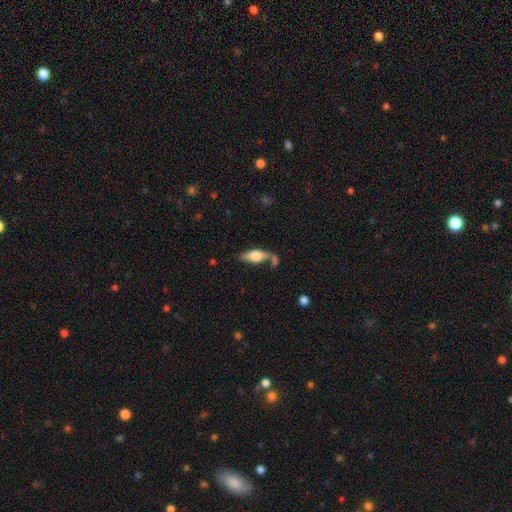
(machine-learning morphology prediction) type=smooth (61%); roundness=in between (65%); merging=none (55%).